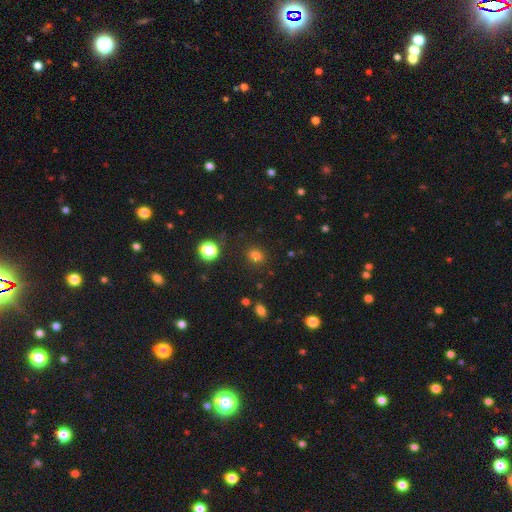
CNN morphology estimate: type=smooth (78%); roundness=round (55%); merging=none (83%).